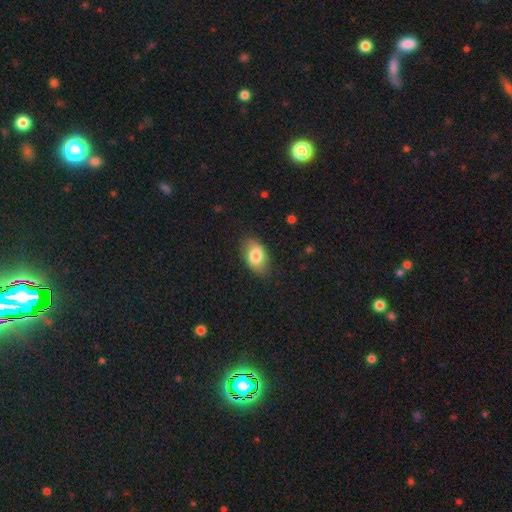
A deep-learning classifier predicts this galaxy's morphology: This is likely a smooth galaxy (79%). How rounded: clearly in between (90%). Merging: clearly none (82%).